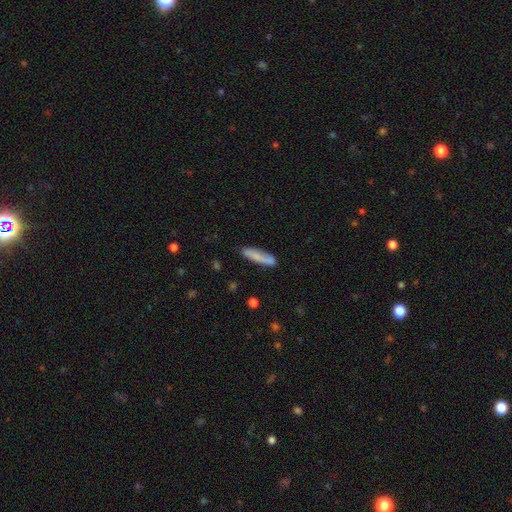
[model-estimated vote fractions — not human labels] smooth 76%, featured or disk 18%, star or artifact 6%. Down the decision tree: how rounded — cigar-shaped (76%); merging — none (76%).